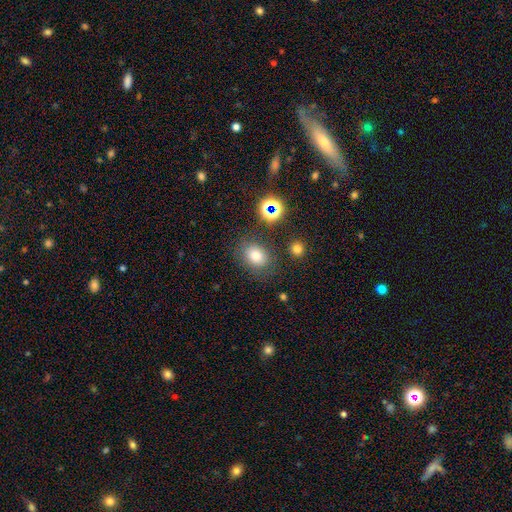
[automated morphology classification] Q: Smooth or featured?
A: smooth (75%); runner-up: star or artifact (15%)
Q: How rounded?
A: in between (55%); runner-up: round (44%)
Q: Merging?
A: none (77%); runner-up: minor disturbance (13%)